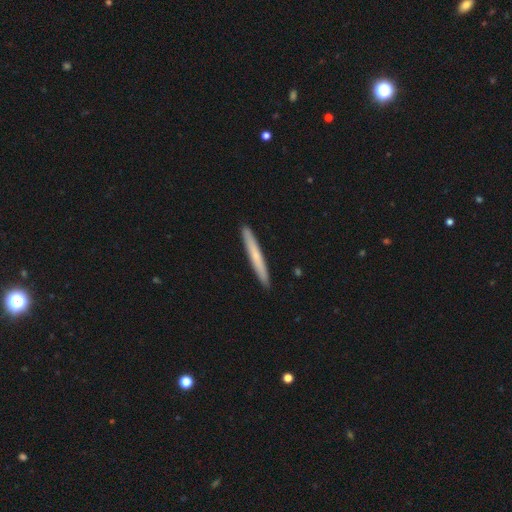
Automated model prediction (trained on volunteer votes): smooth-or-featured: smooth: 60% | featured or disk: 35% | star or artifact: 5%
  how-rounded: cigar-shaped: 97% | in between: 2% | round: 1%
  merging: none: 92% | minor disturbance: 5% | major disturbance: 1% | merger: 1%